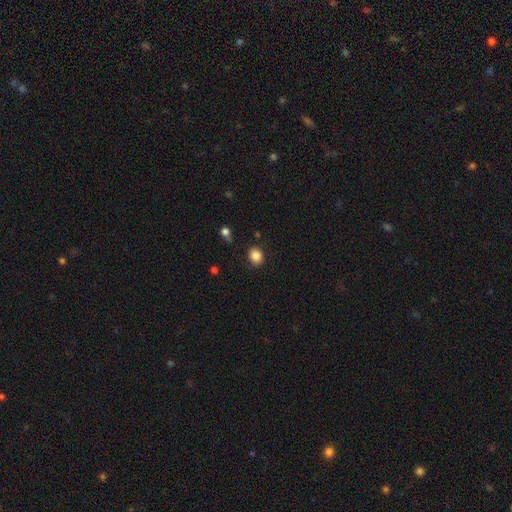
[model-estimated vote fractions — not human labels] Morphology: type=smooth (86%); roundness=round (62%); merging=none (85%).